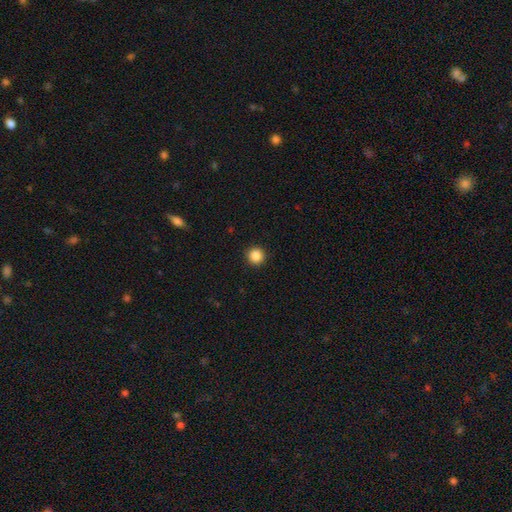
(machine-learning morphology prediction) Smooth or featured? Predicted: smooth (p=0.87). How rounded? Predicted: round (p=0.95). Merging? Predicted: none (p=0.93).